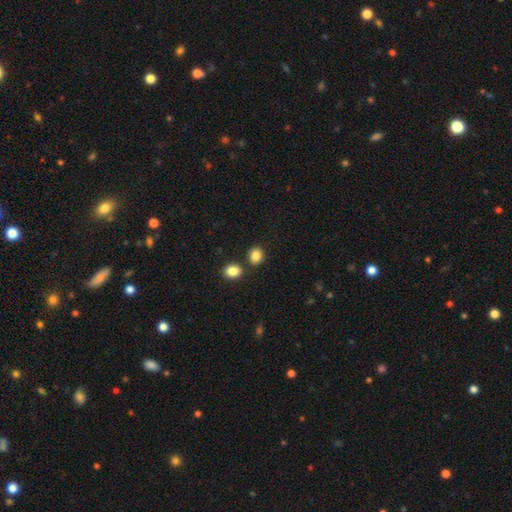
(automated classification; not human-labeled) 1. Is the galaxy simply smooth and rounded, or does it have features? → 87% smooth, 9% star or artifact, 4% featured or disk.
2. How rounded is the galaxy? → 62% round, 37% in between, 1% cigar-shaped.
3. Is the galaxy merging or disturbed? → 76% none, 12% merger, 9% minor disturbance, 3% major disturbance.